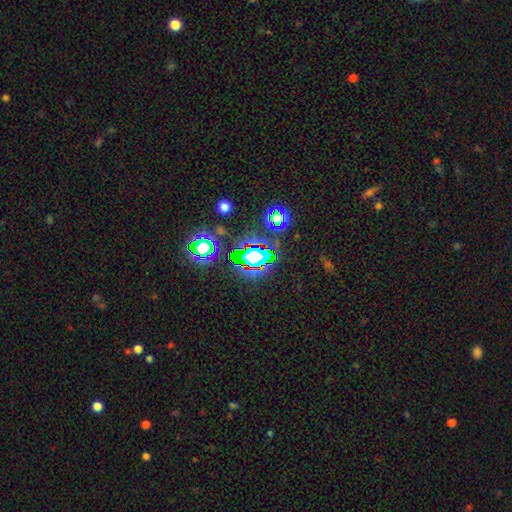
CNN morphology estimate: Smooth or featured?
  - star or artifact: 68% *
  - smooth: 19%
  - featured or disk: 14%